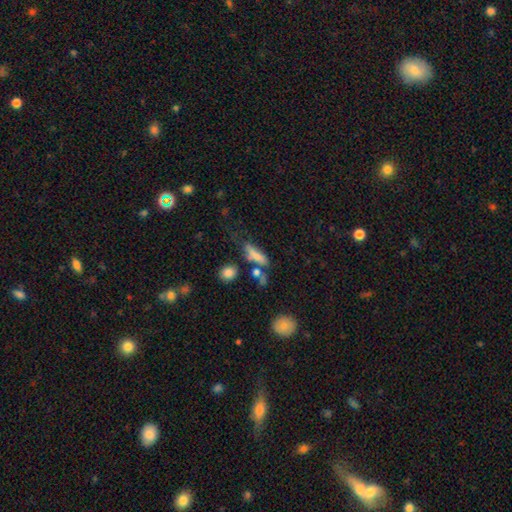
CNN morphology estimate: Overall: smooth (70%). How rounded: cigar-shaped (52%; in between 42%). Merging: none (44%; minor disturbance 21%).